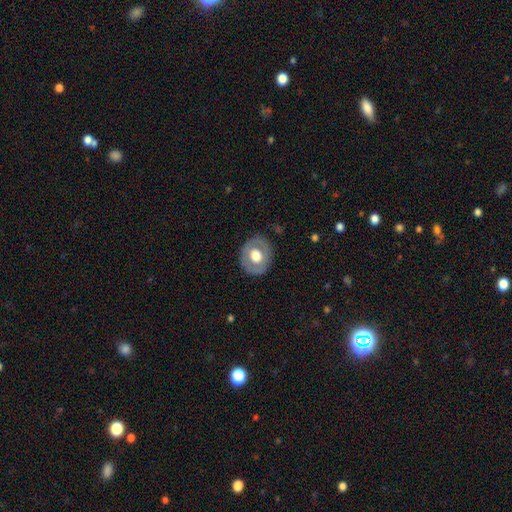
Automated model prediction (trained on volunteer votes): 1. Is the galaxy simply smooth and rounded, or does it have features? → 48% smooth, 46% featured or disk, 6% star or artifact.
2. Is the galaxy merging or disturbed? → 83% none, 12% minor disturbance, 4% major disturbance, 1% merger.